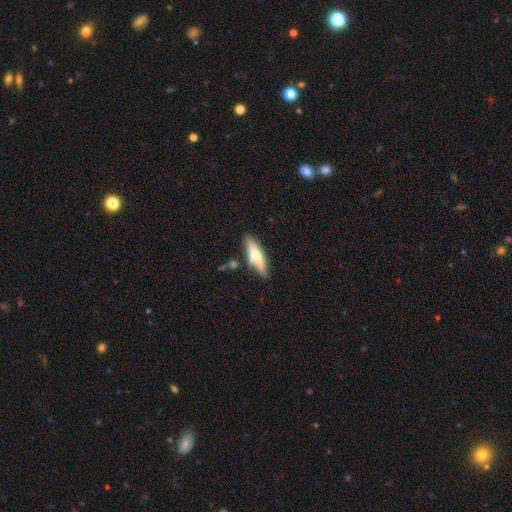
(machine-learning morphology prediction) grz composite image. It shows a smooth galaxy with no disk features (56%) that is cigar-shaped (70%). Merging: none (62%).